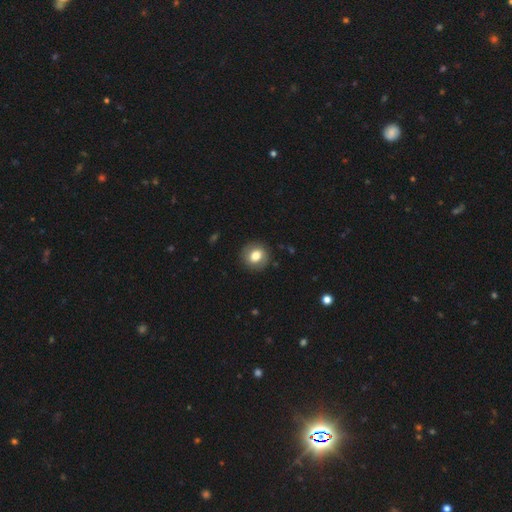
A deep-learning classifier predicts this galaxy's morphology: The model was most divided on "smooth or featured": smooth: 74%, featured or disk: 17%, star or artifact: 8%. More confident: merging — none (88%); how rounded — round (82%).